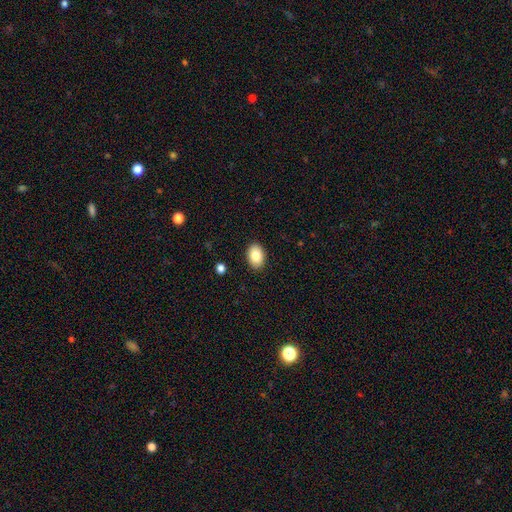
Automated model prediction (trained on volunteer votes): Morphology: type=smooth (84%); roundness=in between (82%); merging=none (90%).